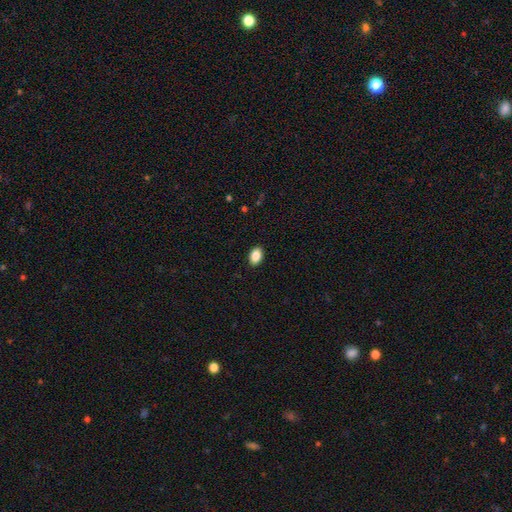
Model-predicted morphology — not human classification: A smooth galaxy with no disk features (89%) that is in between round and cigar-shaped (87%). Merging: none (90%).